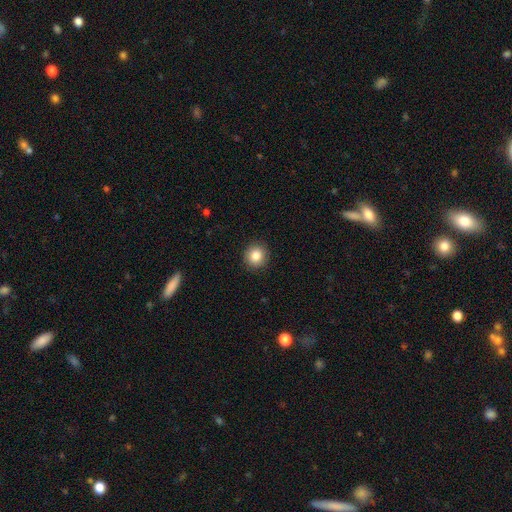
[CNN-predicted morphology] Smooth or featured?
  - smooth: 85% *
  - star or artifact: 9%
  - featured or disk: 5%
How rounded?
  - round: 90% *
  - in between: 9%
  - cigar-shaped: 1%
Merging?
  - none: 91% *
  - minor disturbance: 6%
  - major disturbance: 2%
  - merger: 1%